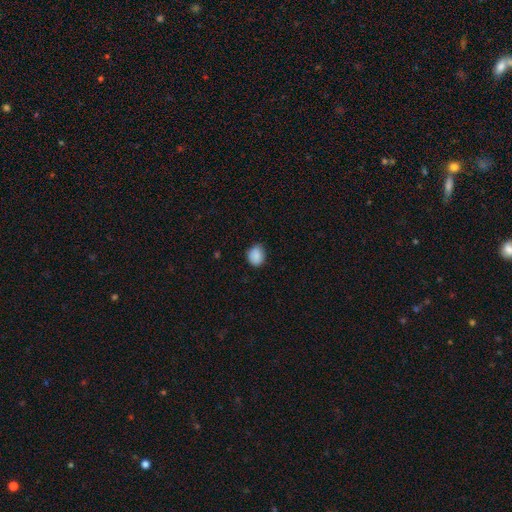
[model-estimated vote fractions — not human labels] Smooth or featured?
  - smooth: 88% *
  - star or artifact: 8%
  - featured or disk: 5%
How rounded?
  - round: 53% *
  - in between: 46%
  - cigar-shaped: 1%
Merging?
  - none: 80% *
  - minor disturbance: 16%
  - major disturbance: 3%
  - merger: 1%